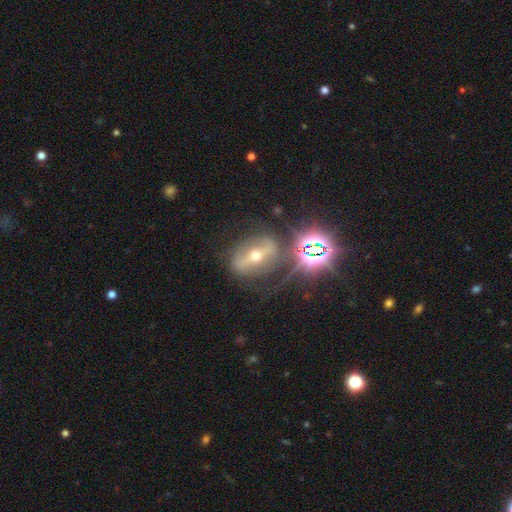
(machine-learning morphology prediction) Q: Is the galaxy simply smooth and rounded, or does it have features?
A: featured or disk — 62%.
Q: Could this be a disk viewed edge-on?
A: no — 79%.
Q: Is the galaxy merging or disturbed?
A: none — 72%.